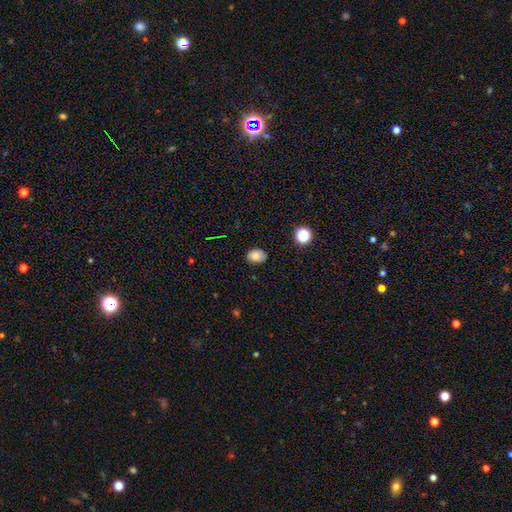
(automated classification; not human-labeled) Morphology: type=smooth (82%); roundness=in between (72%); merging=none (78%).